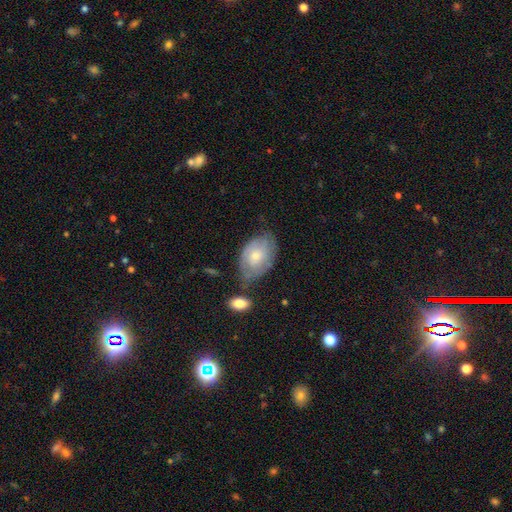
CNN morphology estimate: Q: Smooth or featured?
A: smooth (51%); runner-up: featured or disk (43%)
Q: How rounded?
A: in between (88%); runner-up: round (11%)
Q: Merging?
A: none (52%); runner-up: minor disturbance (29%)